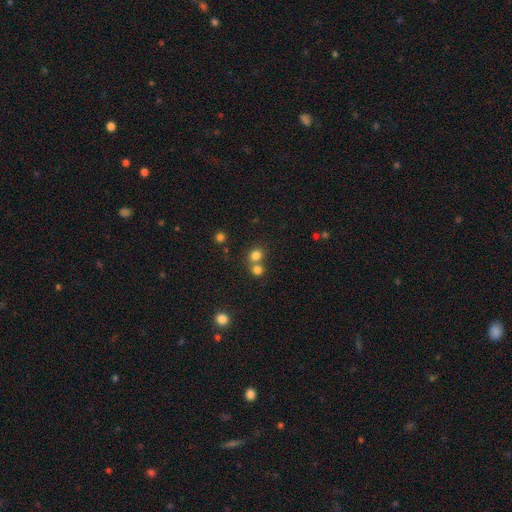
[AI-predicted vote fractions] smooth 78%, star or artifact 15%, featured or disk 7%. Down the decision tree: how rounded — round (78%); merging — none (50%).